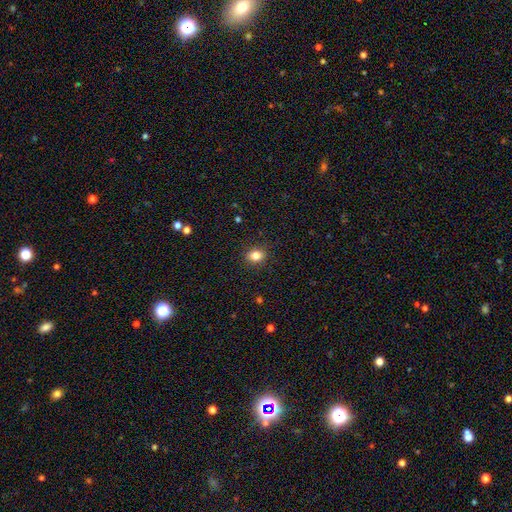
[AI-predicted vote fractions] Smooth or featured: smooth — 83% (star or artifact — 11%)
How rounded: round — 52% (in between — 47%)
Merging: none — 89% (minor disturbance — 8%)